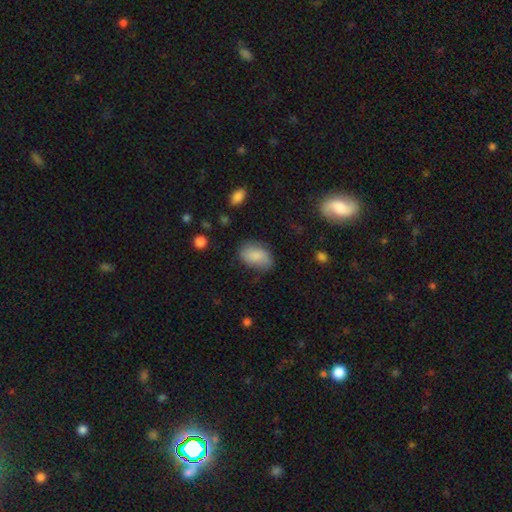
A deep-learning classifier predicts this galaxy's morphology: Smooth or featured? Predicted: smooth (p=0.79). How rounded? Predicted: in between (p=0.89). Merging? Predicted: none (p=0.66).